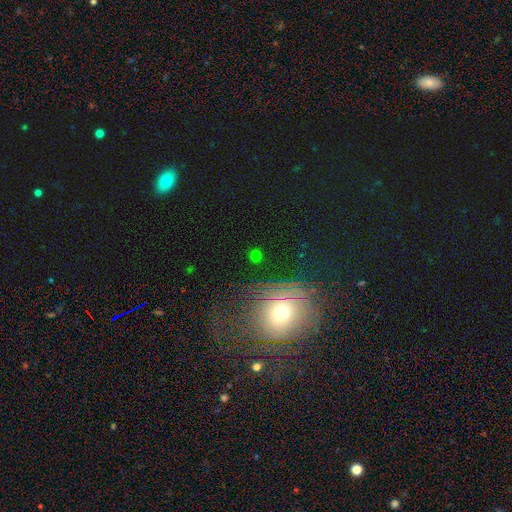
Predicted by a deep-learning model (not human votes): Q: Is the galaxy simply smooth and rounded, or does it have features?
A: smooth — 53%.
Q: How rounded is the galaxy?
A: round — 82%.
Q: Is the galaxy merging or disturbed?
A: none — 85%.